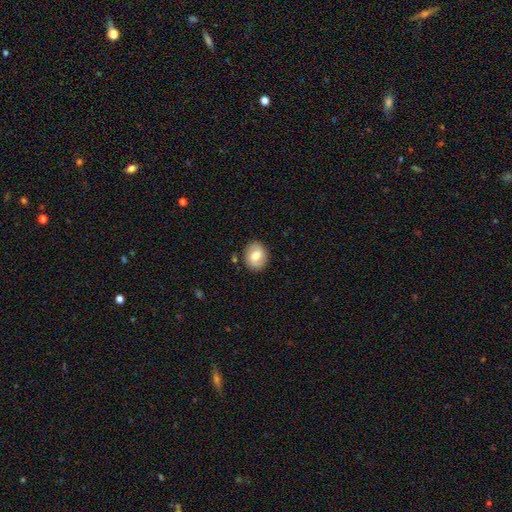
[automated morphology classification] Smooth or featured?
  - smooth: 67% *
  - featured or disk: 26%
  - star or artifact: 7%
How rounded?
  - round: 54% *
  - in between: 45%
  - cigar-shaped: 1%
Merging?
  - none: 85% *
  - minor disturbance: 10%
  - major disturbance: 3%
  - merger: 2%